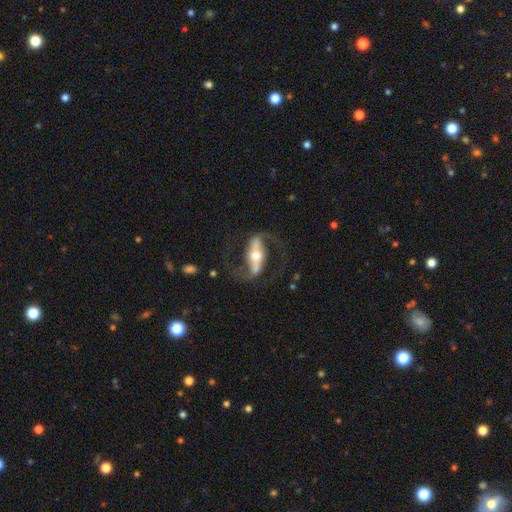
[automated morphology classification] Smooth or featured? featured or disk (85%)
Edge-on disk? no (87%)
Bar? strong (68%)
Spiral arms? yes (90%)
Spiral winding? medium (46%)
Spiral arm count? 2 (92%)
Bulge size? moderate (64%)
Merging? none (70%)